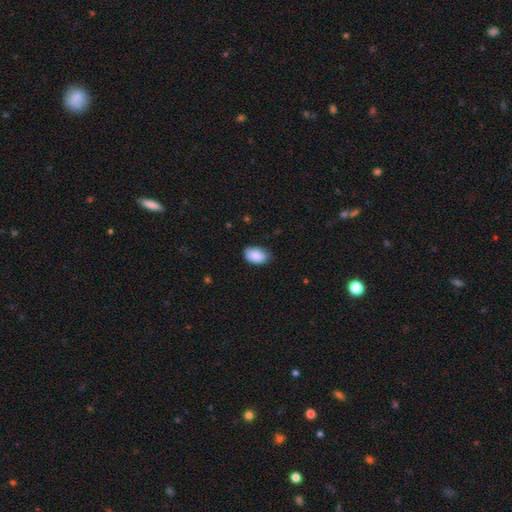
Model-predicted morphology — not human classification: smooth-or-featured: smooth: 88% | star or artifact: 7% | featured or disk: 6%
  how-rounded: in between: 90% | round: 9% | cigar-shaped: 1%
  merging: none: 77% | minor disturbance: 19% | major disturbance: 3% | merger: 1%